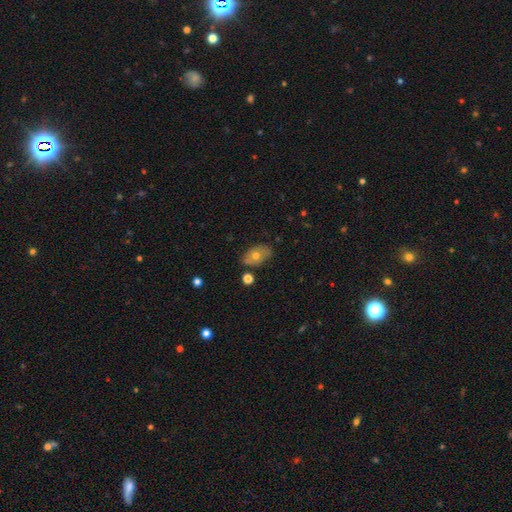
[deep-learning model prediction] Overall: smooth (58%; featured or disk 33%). How rounded: in between (87%). Merging: none (77%).